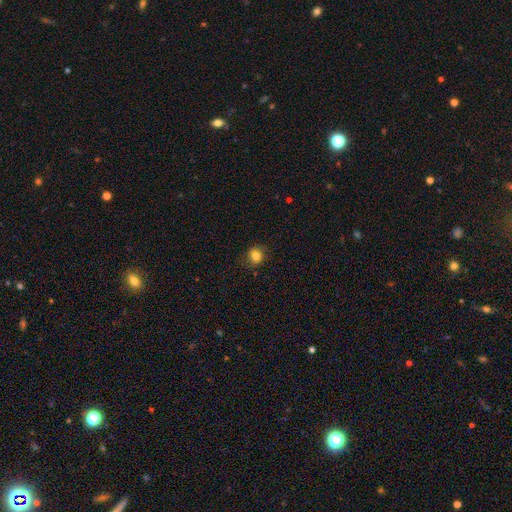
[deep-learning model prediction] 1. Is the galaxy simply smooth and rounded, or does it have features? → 82% smooth, 11% star or artifact, 7% featured or disk.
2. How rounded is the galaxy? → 67% round, 32% in between, 1% cigar-shaped.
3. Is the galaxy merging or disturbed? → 82% none, 13% minor disturbance, 4% major disturbance, 1% merger.